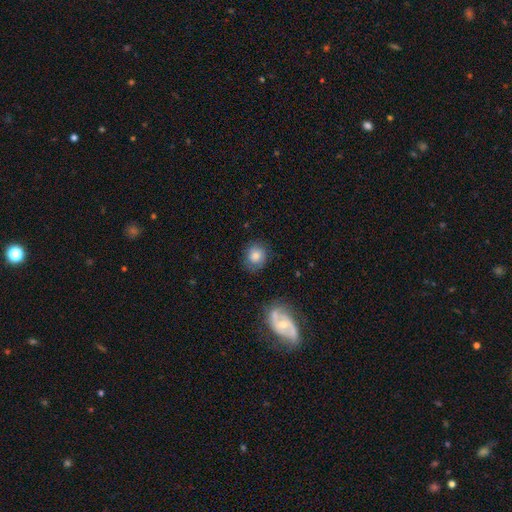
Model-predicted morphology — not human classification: Q: Smooth or featured?
A: smooth (76%); runner-up: featured or disk (14%)
Q: How rounded?
A: round (77%); runner-up: in between (22%)
Q: Merging?
A: none (77%); runner-up: minor disturbance (16%)